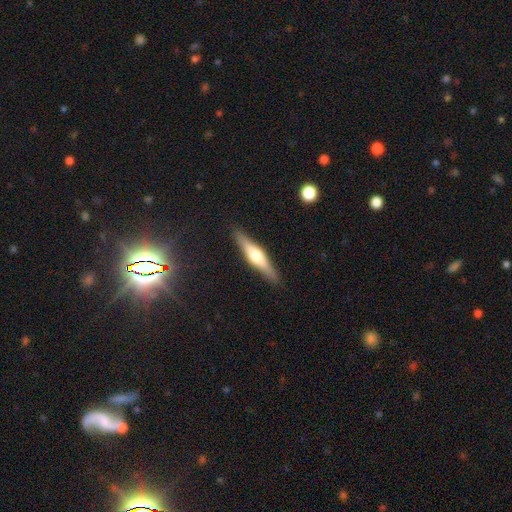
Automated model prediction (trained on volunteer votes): A featured or disk galaxy (58%) viewed edge-on (95%) with a rounded central bulge (90%).

Vote fractions:
- Smooth or featured? featured or disk: 58% / smooth: 36% / star or artifact: 6%
- Edge-on disk? yes: 95% / no: 5%
- Edge-on bulge? rounded: 90% / boxy: 7% / none: 4%
- Merging? none: 89% / minor disturbance: 8% / major disturbance: 2% / merger: 1%